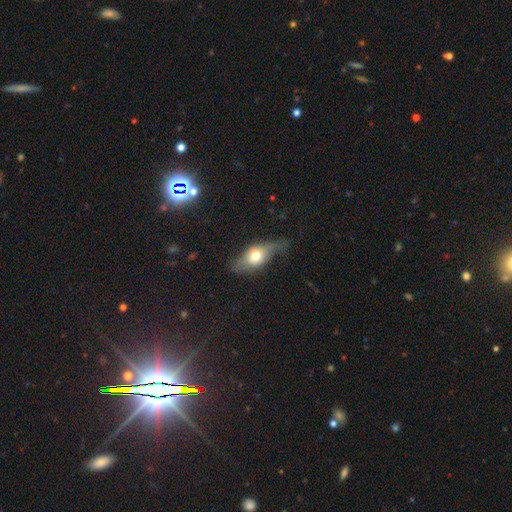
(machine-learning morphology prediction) smooth 55%, featured or disk 36%, star or artifact 8%. Down the decision tree: how rounded — in between (76%); merging — none (51%).